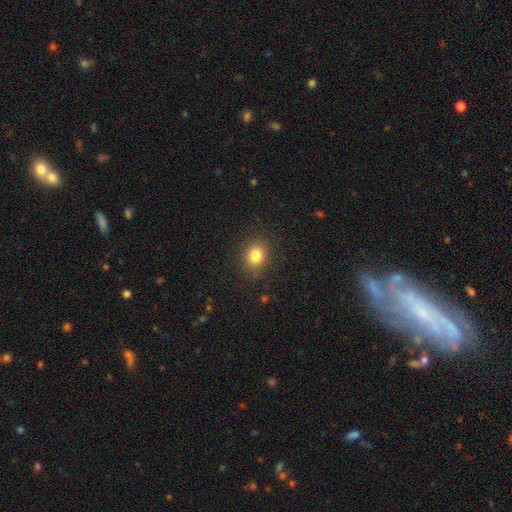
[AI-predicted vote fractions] smooth-or-featured: smooth: 81% | star or artifact: 12% | featured or disk: 7%
  how-rounded: round: 69% | in between: 30% | cigar-shaped: 1%
  merging: none: 87% | minor disturbance: 9% | major disturbance: 3% | merger: 1%